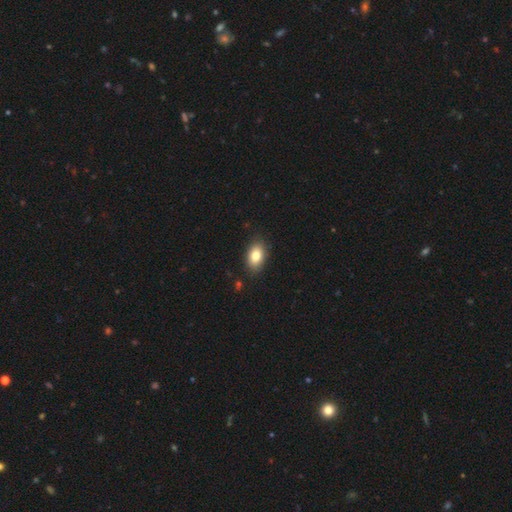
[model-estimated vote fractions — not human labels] Q: Smooth or featured?
A: smooth (82%); runner-up: featured or disk (10%)
Q: How rounded?
A: in between (87%); runner-up: round (11%)
Q: Merging?
A: none (86%); runner-up: minor disturbance (11%)